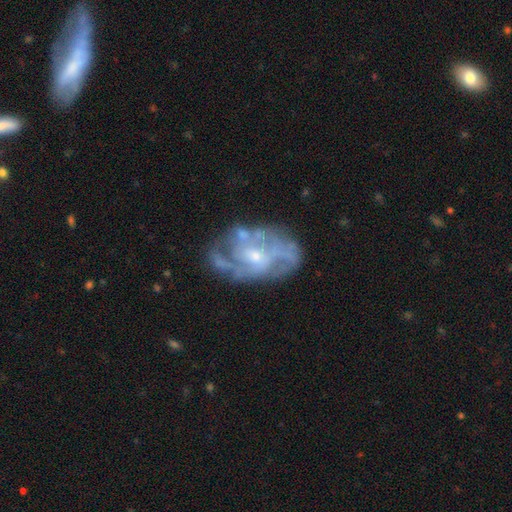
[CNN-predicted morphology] Smooth or featured: featured or disk — 81% (smooth — 12%)
Edge-on disk: no — 97% (yes — 3%)
Bar: no — 67% (weak — 27%)
Spiral arms: yes — 75% (no — 25%)
Spiral winding: tight — 40% (tied with medium — 40%)
Spiral arm count: can't tell — 43% (2 — 21%)
Bulge size: small — 59% (moderate — 35%)
Merging: none — 59% (minor disturbance — 22%)